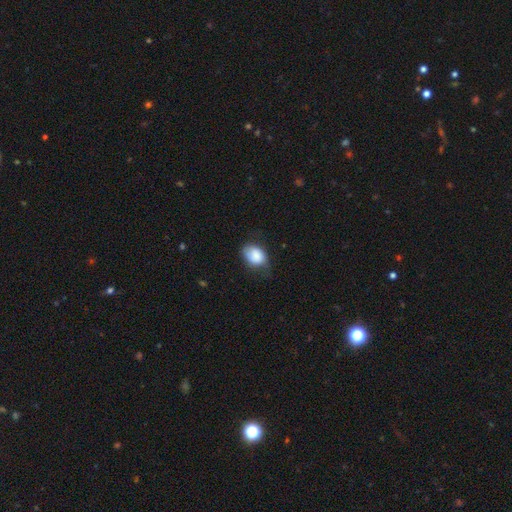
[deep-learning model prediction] Smooth or featured: smooth — 84% (featured or disk — 9%)
How rounded: in between — 75% (round — 24%)
Merging: none — 49% (minor disturbance — 38%)